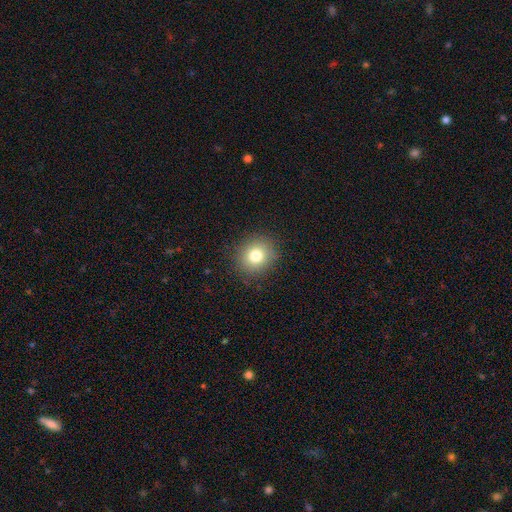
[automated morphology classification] smooth-or-featured: smooth: 79% | star or artifact: 12% | featured or disk: 9%
  how-rounded: round: 82% | in between: 17% | cigar-shaped: 1%
  merging: none: 88% | minor disturbance: 8% | major disturbance: 3% | merger: 1%